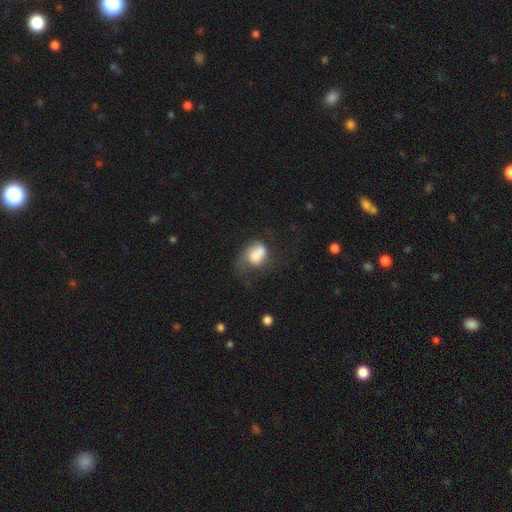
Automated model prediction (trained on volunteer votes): This is likely a smooth galaxy (63%). How rounded: likely in between (67%). Merging: marginally major disturbance (33%).